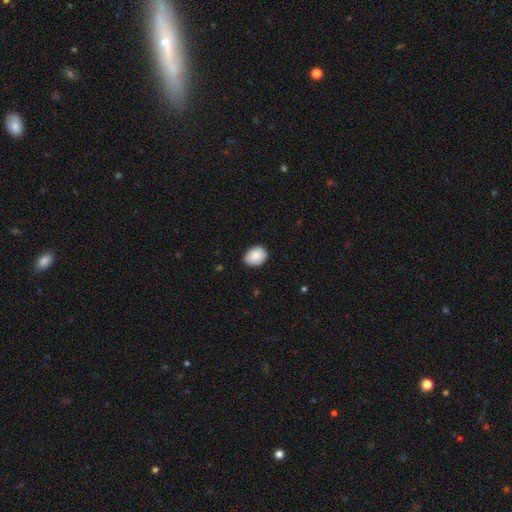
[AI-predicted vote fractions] smooth-or-featured: smooth: 87% | star or artifact: 7% | featured or disk: 6%
  how-rounded: in between: 64% | round: 36% | cigar-shaped: 1%
  merging: none: 79% | minor disturbance: 17% | major disturbance: 2% | merger: 1%